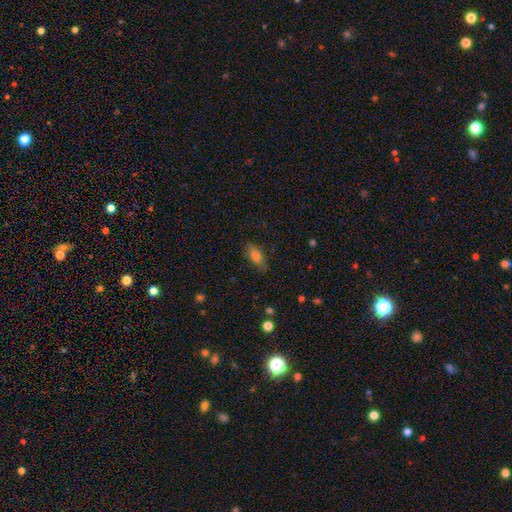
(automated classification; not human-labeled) Overall: smooth (74%). How rounded: in between (80%). Merging: none (80%).